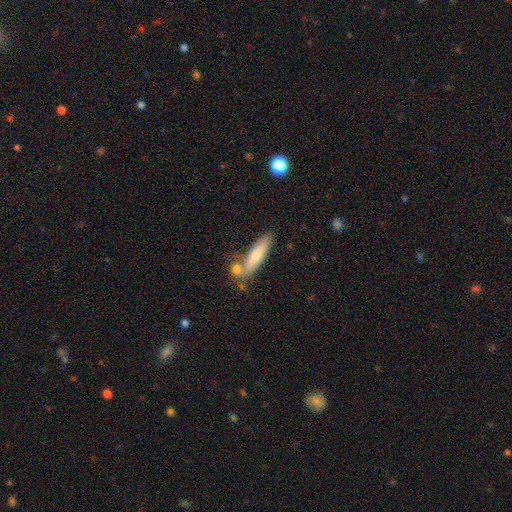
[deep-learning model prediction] This is likely a smooth galaxy (68%). How rounded: likely cigar-shaped (73%). Merging: likely none (60%).